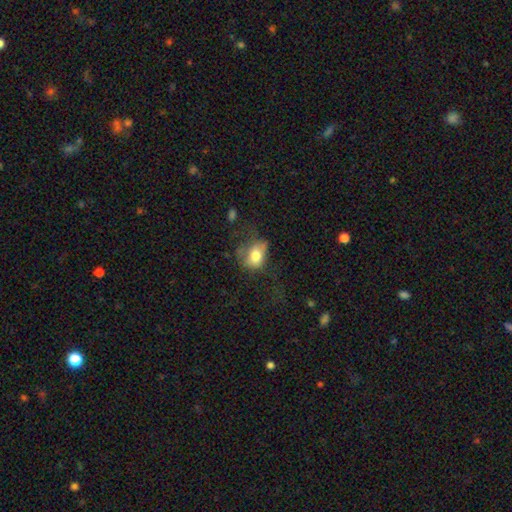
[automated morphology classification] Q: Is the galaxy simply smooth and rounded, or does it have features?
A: smooth — 72%.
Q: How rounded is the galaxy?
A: in between — 69%.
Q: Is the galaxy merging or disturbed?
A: major disturbance — 38%.